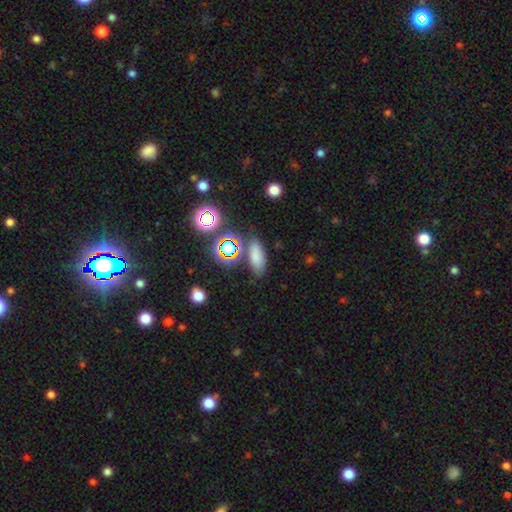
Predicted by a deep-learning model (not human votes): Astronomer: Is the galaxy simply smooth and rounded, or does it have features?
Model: smooth — 68%.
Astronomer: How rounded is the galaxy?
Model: in between — 78%.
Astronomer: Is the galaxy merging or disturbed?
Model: none — 73%.